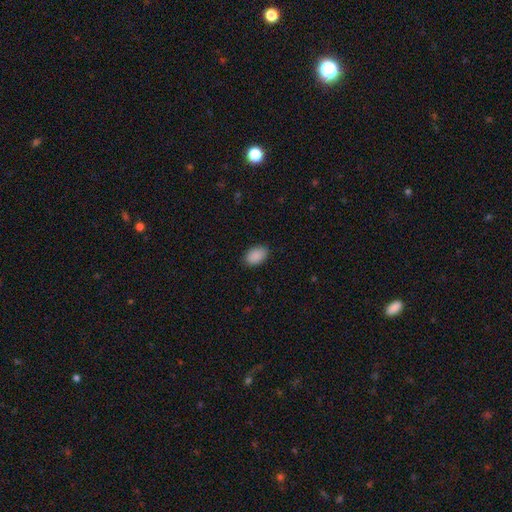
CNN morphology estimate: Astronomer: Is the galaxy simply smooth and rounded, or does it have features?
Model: smooth — 90%.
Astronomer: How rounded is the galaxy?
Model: in between — 90%.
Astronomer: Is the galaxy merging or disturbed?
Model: none — 87%.